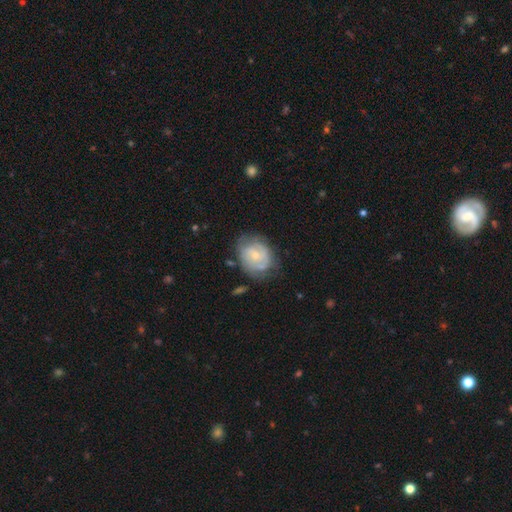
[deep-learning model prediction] Smooth or featured? Predicted: featured or disk (p=0.62). Edge-on disk? Predicted: no (p=0.97). Bar? Predicted: no (p=0.74). Spiral arms? Predicted: yes (p=0.73). Bulge size? Predicted: small (p=0.64). Merging? Predicted: none (p=0.60).